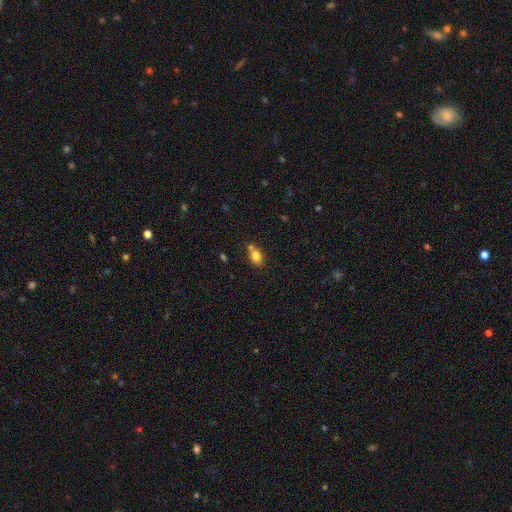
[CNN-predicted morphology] Smooth or featured? Predicted: smooth (p=0.80). How rounded? Predicted: in between (p=0.74). Merging? Predicted: none (p=0.54).